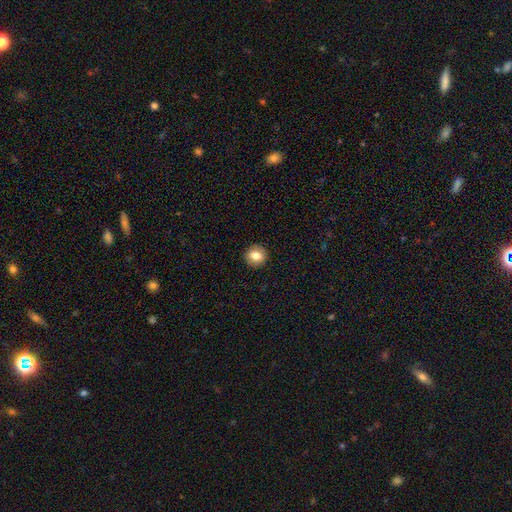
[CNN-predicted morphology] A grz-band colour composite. It shows a smooth galaxy with no disk features (79%) that is round (87%). Merging: none (92%).